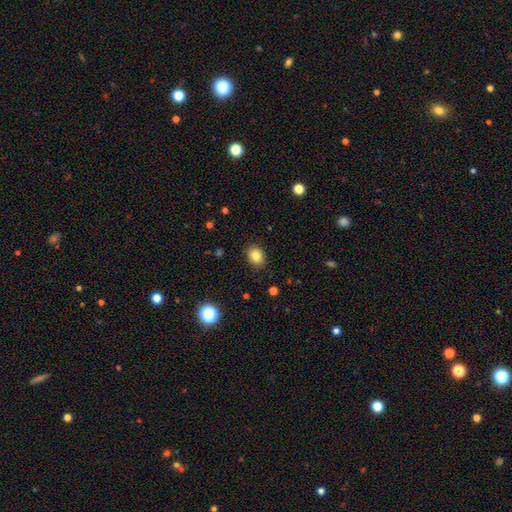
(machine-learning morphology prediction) Smooth or featured?
  - smooth: 82% *
  - star or artifact: 11%
  - featured or disk: 7%
How rounded?
  - in between: 58% *
  - round: 41%
  - cigar-shaped: 1%
Merging?
  - none: 88% *
  - minor disturbance: 9%
  - major disturbance: 2%
  - merger: 1%